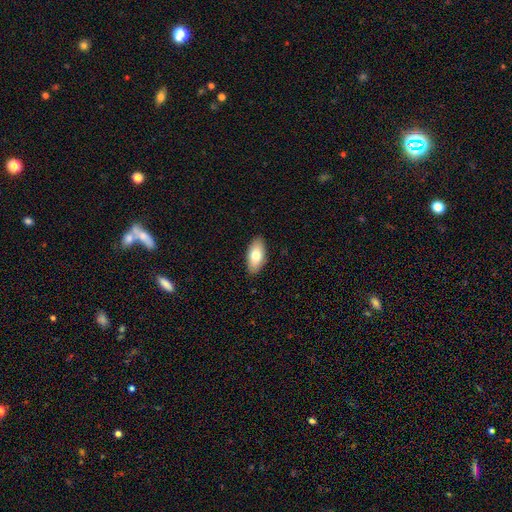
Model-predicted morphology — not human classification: This appears to be a smooth galaxy with no disk features (78%) that is in between round and cigar-shaped (93%). Merging: none (89%).